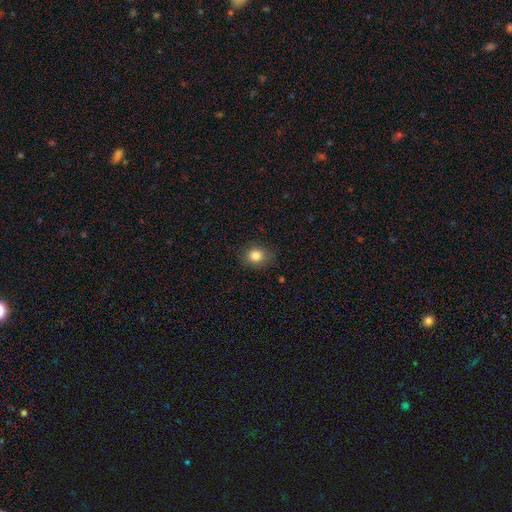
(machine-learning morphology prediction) Overall: smooth (84%). How rounded: round (67%; in between 32%). Merging: none (83%).